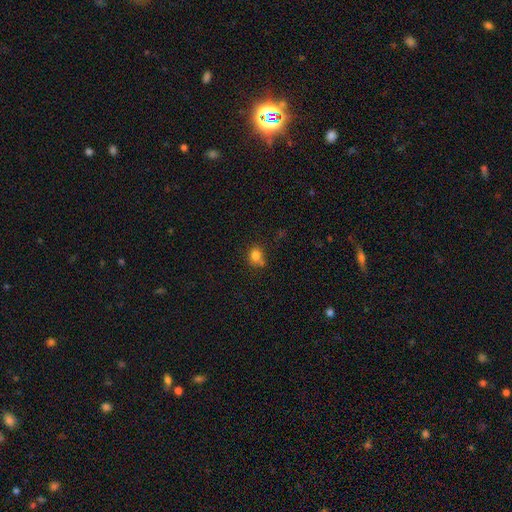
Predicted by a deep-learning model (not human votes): Smooth or featured? smooth (80%)
How rounded? round (69%)
Merging? none (61%)